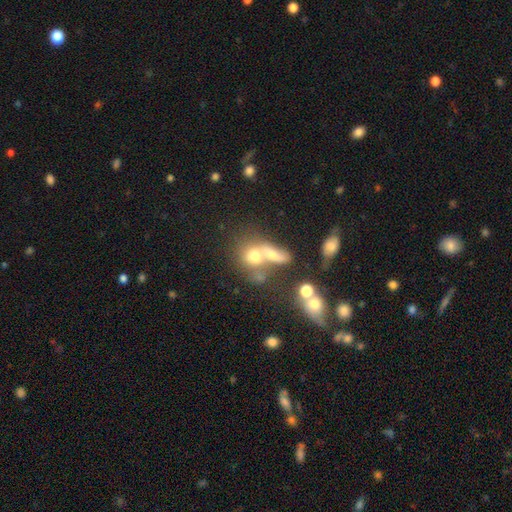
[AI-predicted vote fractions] A smooth galaxy with no disk features (63%) that is round (54%).

Vote fractions:
- Smooth or featured? smooth: 63% / featured or disk: 22% / star or artifact: 16%
- How rounded? round: 54% / in between: 42% / cigar-shaped: 4%
- Merging? merger: 55% / none: 26% / major disturbance: 10% / minor disturbance: 9%